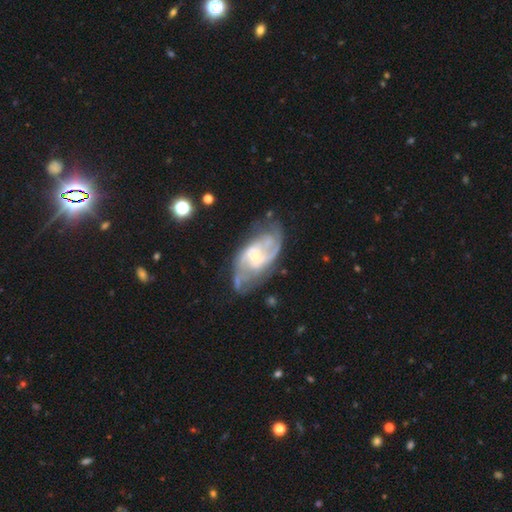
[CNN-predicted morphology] smooth-or-featured: featured or disk: 85% | smooth: 9% | star or artifact: 6%
  disk-edge-on: no: 96% | yes: 4%
    bar: no: 50% | weak: 40% | strong: 10%
    has-spiral-arms: yes: 94% | no: 6%
      spiral-winding: medium: 49% | tight: 30% | loose: 22%
      spiral-arm-count: 2: 64% | can't tell: 17% | 3: 10% | 4: 3% | 1: 3% | more than 4: 3%
    bulge-size: small: 67% | moderate: 23% | none: 7% | large: 2% | dominant: 1%
  merging: none: 63% | minor disturbance: 21% | major disturbance: 13% | merger: 3%